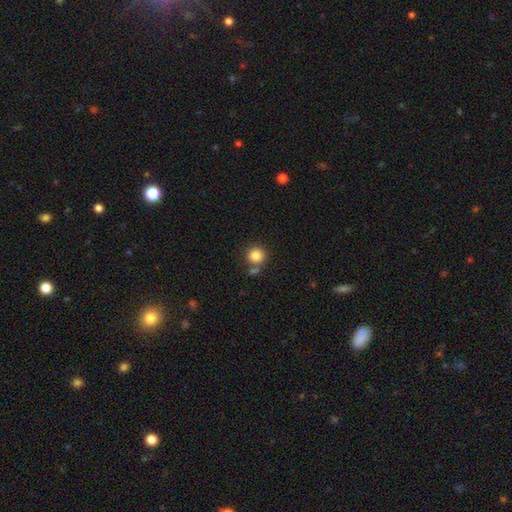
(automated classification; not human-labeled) smooth_or_featured: smooth (p=0.85) [alt: star or artifact p=0.10]
how_rounded: round (p=0.92) [alt: in between p=0.07]
merging: none (p=0.71) [alt: merger p=0.15]